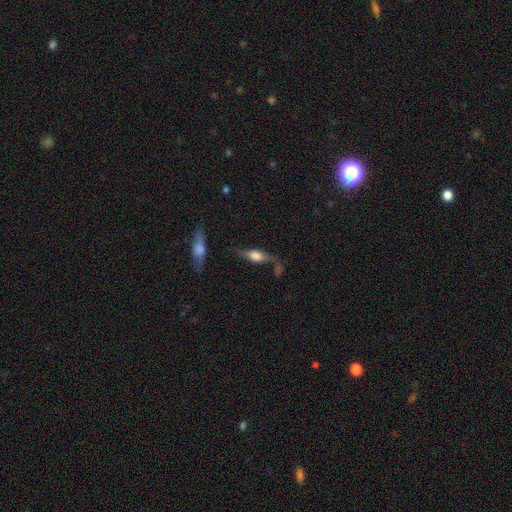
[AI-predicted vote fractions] This is possibly a featured or disk galaxy (59%). It is likely viewed edge-on (78%). Merging: possibly none (53%).